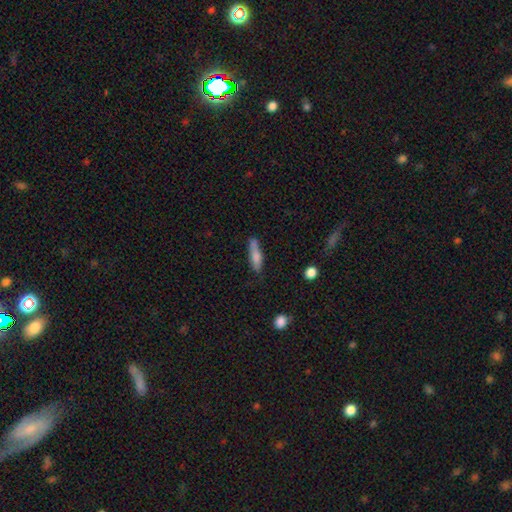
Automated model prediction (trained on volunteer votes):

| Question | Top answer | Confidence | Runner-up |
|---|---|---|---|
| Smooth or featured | smooth | 75% | featured or disk (19%) |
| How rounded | cigar-shaped | 71% | in between (27%) |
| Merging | none | 67% | minor disturbance (22%) |